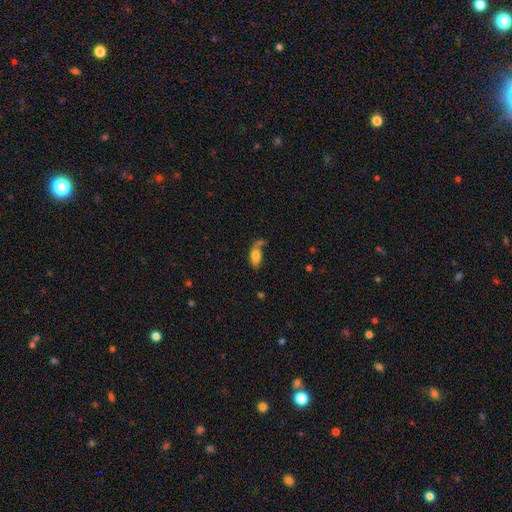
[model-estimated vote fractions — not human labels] smooth-or-featured: smooth: 74% | featured or disk: 18% | star or artifact: 8%
  how-rounded: in between: 87% | cigar-shaped: 8% | round: 5%
  merging: none: 42% | merger: 22% | minor disturbance: 21% | major disturbance: 15%